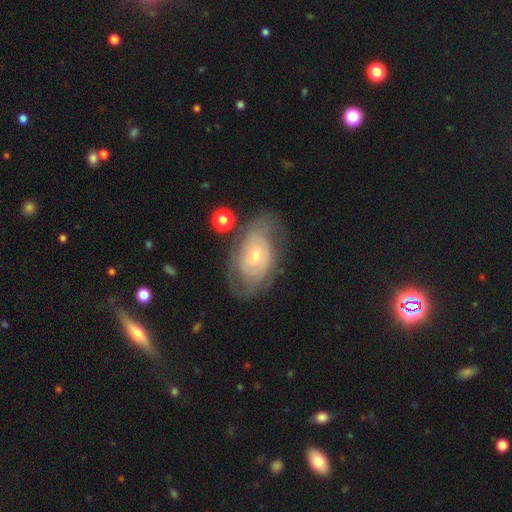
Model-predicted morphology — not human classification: type=featured or disk (78%); edge-on=no (96%); bar=no (67%); spiral arms=yes (88%); winding=tight (62%); arm count=can't tell (43%); bulge=small (62%); merging=none (64%).